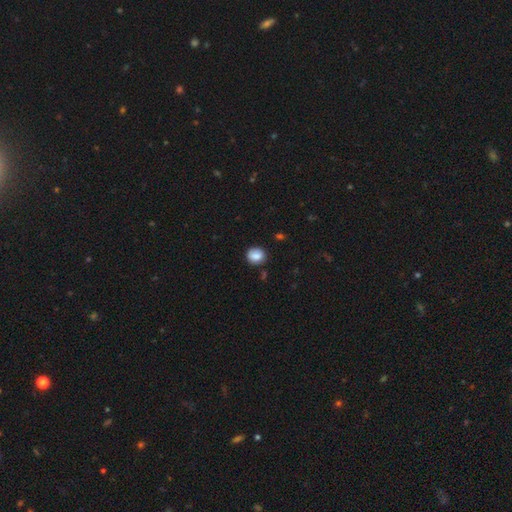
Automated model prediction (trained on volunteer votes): Smooth or featured? Predicted: smooth (p=0.85). How rounded? Predicted: round (p=0.75). Merging? Predicted: none (p=0.82).